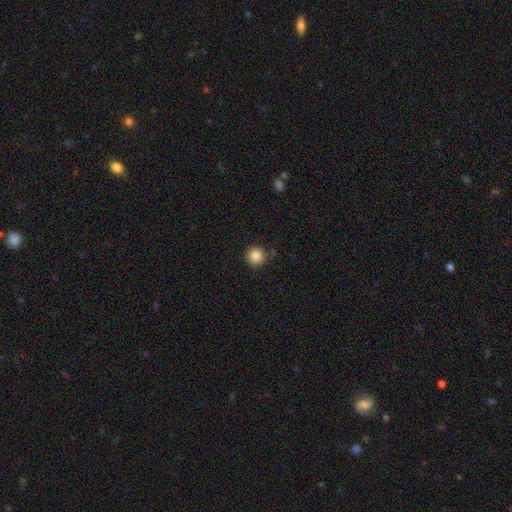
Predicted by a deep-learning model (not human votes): Smooth or featured? Predicted: smooth (p=0.87). How rounded? Predicted: round (p=0.95). Merging? Predicted: none (p=0.88).